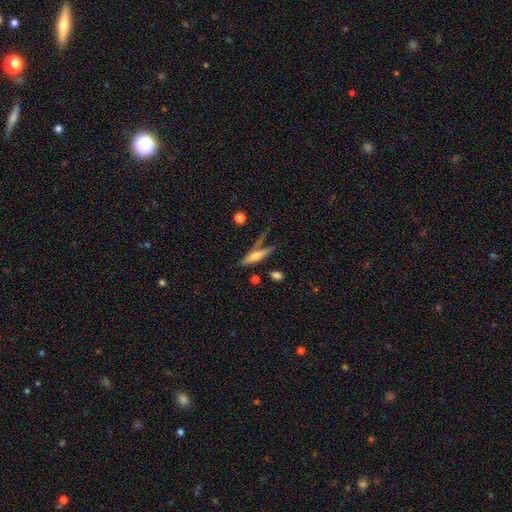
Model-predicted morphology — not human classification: Smooth or featured?
  - smooth: 53% *
  - featured or disk: 39%
  - star or artifact: 7%
How rounded?
  - cigar-shaped: 75% *
  - in between: 22%
  - round: 3%
Merging?
  - none: 58% *
  - minor disturbance: 20%
  - merger: 13%
  - major disturbance: 10%